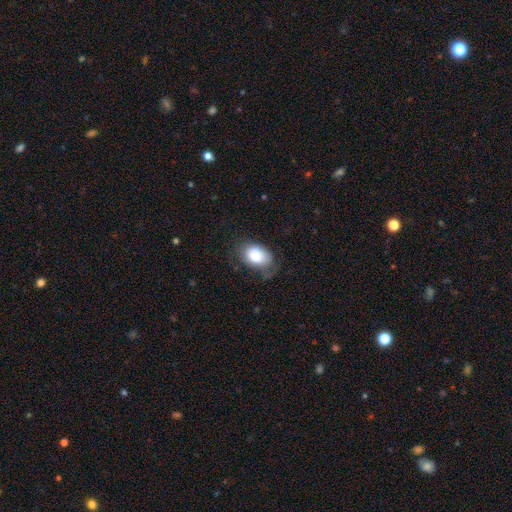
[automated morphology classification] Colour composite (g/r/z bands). It shows a smooth galaxy with no disk features (80%) that is in between round and cigar-shaped (81%). Merging: none (52%).